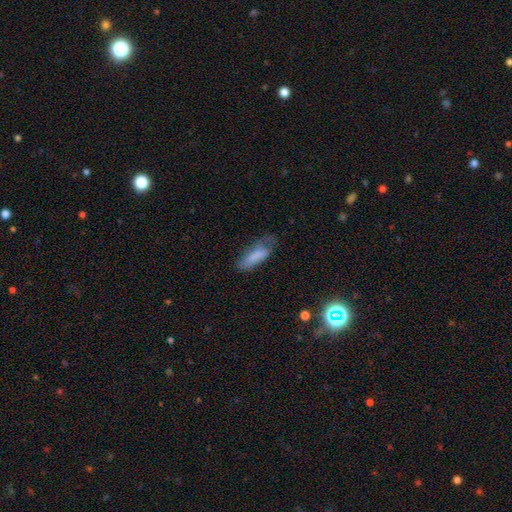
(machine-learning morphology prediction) Smooth or featured? Predicted: smooth (p=0.75). How rounded? Predicted: in between (p=0.57). Merging? Predicted: none (p=0.42).